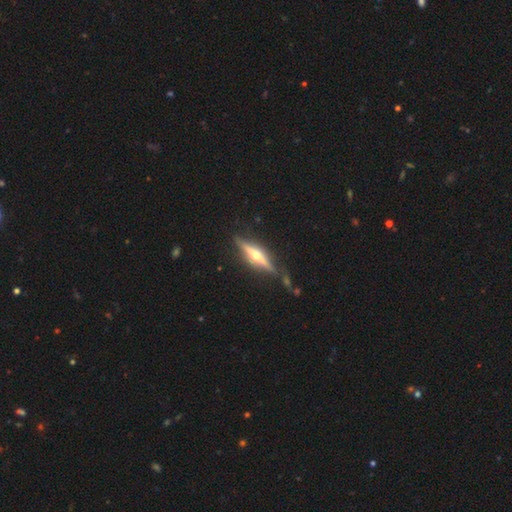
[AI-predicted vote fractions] Smooth or featured? featured or disk (80%)
Edge-on disk? yes (97%)
Edge-on bulge? rounded (94%)
Merging? none (80%)